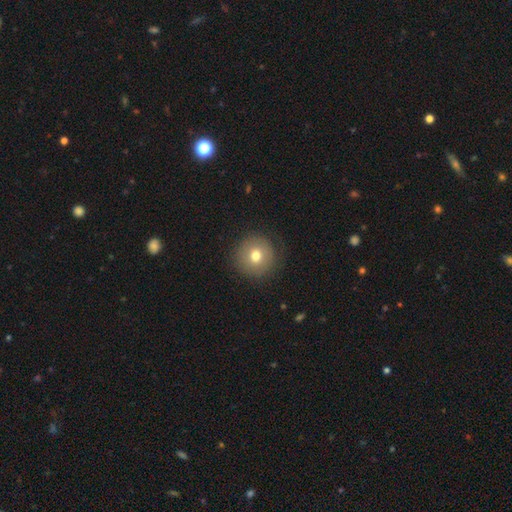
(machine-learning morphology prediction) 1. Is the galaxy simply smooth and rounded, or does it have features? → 73% smooth, 16% featured or disk, 11% star or artifact.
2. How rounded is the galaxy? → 94% round, 5% in between, 1% cigar-shaped.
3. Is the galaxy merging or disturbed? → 86% none, 9% minor disturbance, 4% major disturbance, 1% merger.